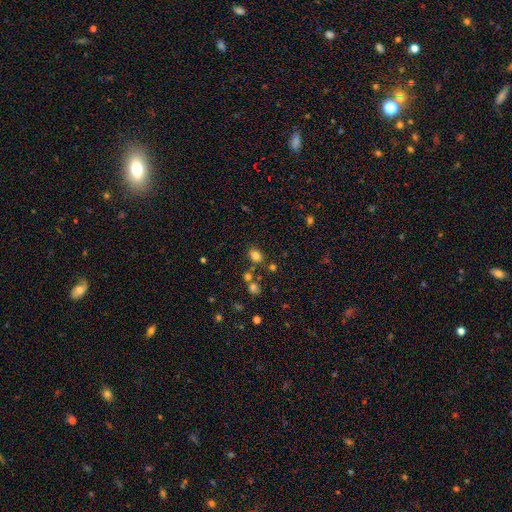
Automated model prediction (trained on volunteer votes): This appears to be a smooth galaxy with no disk features (79%) that is in between round and cigar-shaped (66%). Merging: none (76%).